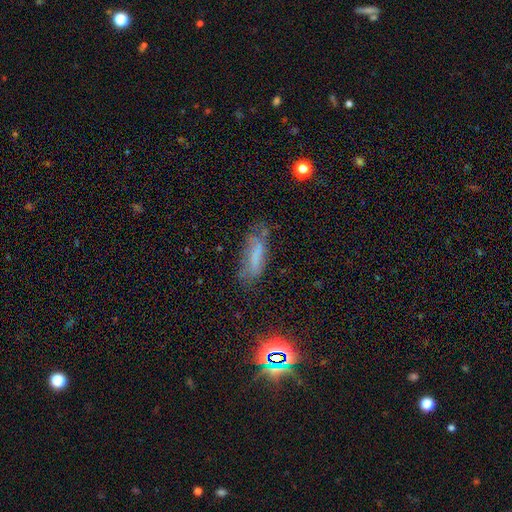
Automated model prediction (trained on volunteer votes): This appears to be a smooth galaxy with no disk features (51%) that is in between round and cigar-shaped (51%). Merging: none (52%).